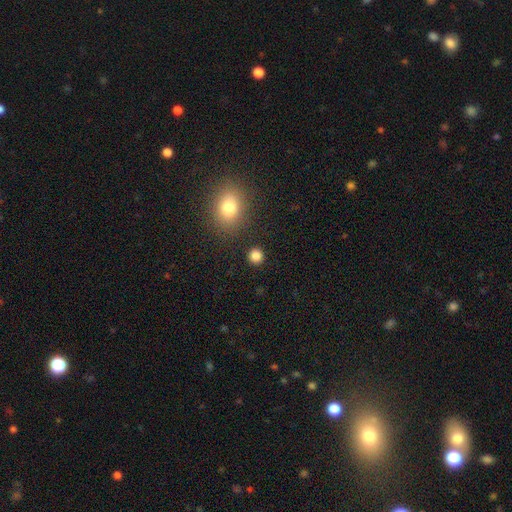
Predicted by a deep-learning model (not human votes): This appears to be a smooth galaxy with no disk features (85%) that is round (92%). Merging: none (90%).